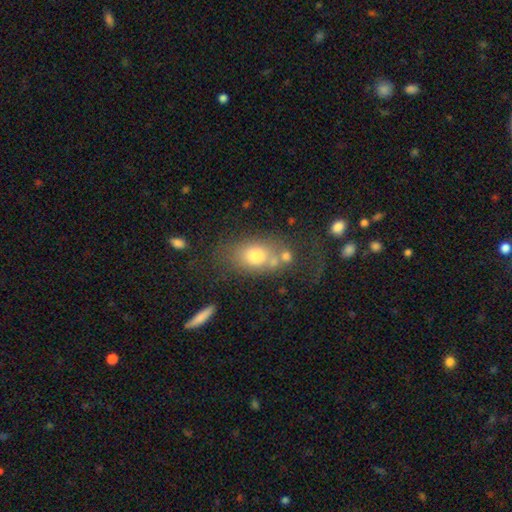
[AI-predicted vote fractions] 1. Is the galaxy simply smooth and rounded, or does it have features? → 70% smooth, 19% featured or disk, 11% star or artifact.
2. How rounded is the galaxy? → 73% in between, 25% round, 3% cigar-shaped.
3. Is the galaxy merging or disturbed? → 47% none, 22% merger, 17% minor disturbance, 14% major disturbance.